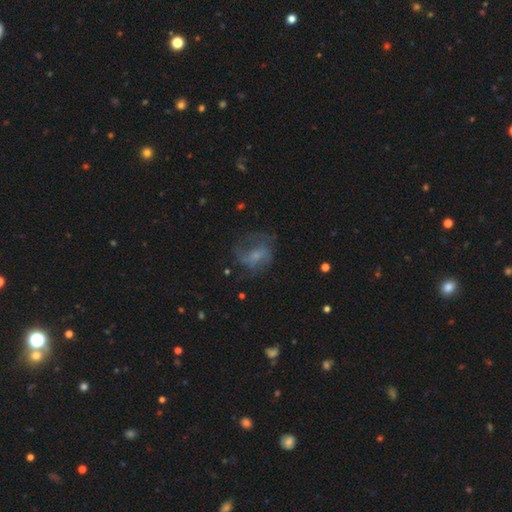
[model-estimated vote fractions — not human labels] Smooth or featured? Predicted: featured or disk (p=0.49). Merging? Predicted: none (p=0.47).